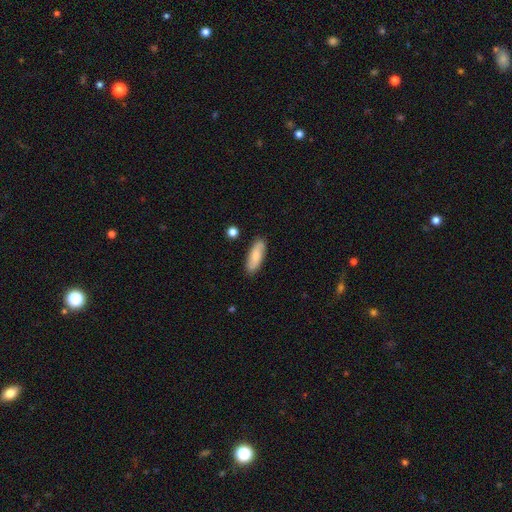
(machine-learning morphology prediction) A smooth galaxy with no disk features (69%) that is in between round and cigar-shaped (64%). Merging: none (85%).